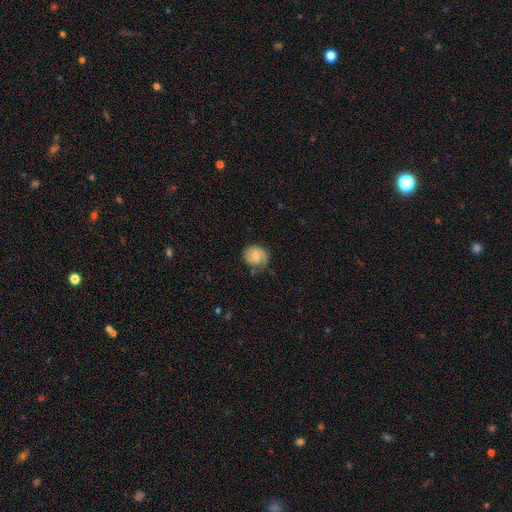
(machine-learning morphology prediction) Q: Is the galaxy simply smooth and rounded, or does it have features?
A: featured or disk — 50%.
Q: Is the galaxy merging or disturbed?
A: none — 60%.